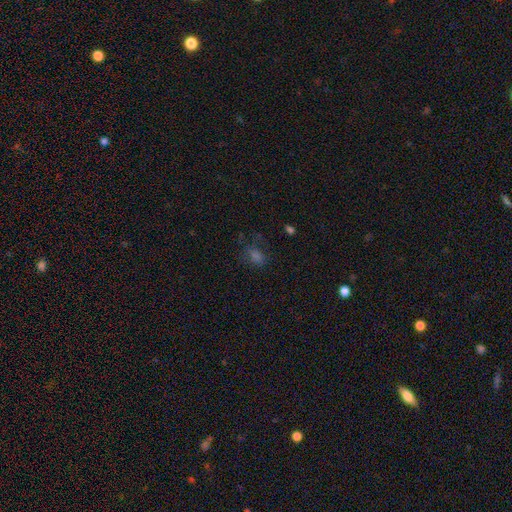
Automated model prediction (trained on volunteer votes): A smooth galaxy with no disk features (53%) that is in between round and cigar-shaped (59%). Merging: none (65%).